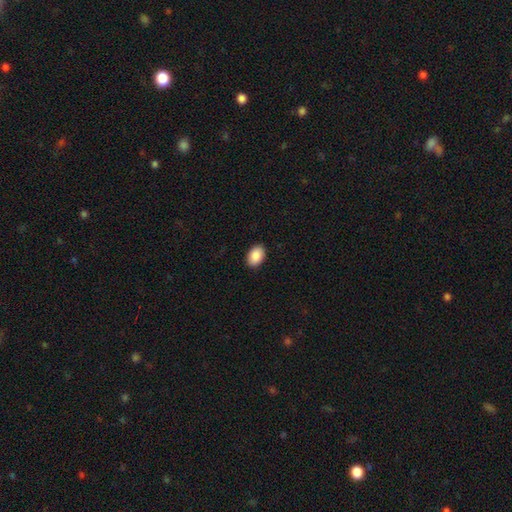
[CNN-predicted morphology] smooth-or-featured: smooth: 90% | star or artifact: 7% | featured or disk: 3%
  how-rounded: in between: 87% | round: 12% | cigar-shaped: 1%
  merging: none: 90% | minor disturbance: 7% | major disturbance: 2% | merger: 1%